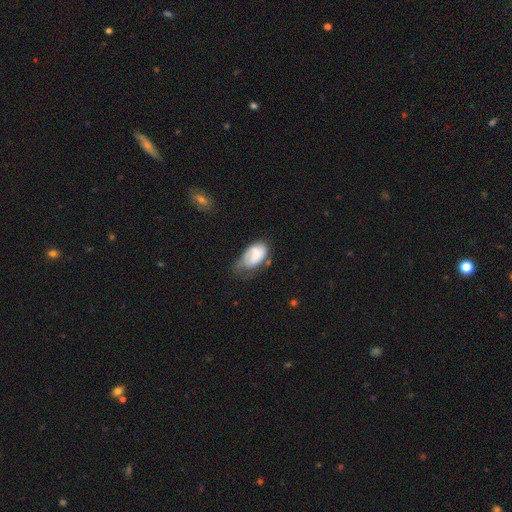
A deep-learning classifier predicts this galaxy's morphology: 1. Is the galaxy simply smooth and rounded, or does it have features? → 54% smooth, 39% featured or disk, 7% star or artifact.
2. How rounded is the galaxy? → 91% in between, 7% round, 2% cigar-shaped.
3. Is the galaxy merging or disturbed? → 39% minor disturbance, 29% none, 27% major disturbance, 4% merger.